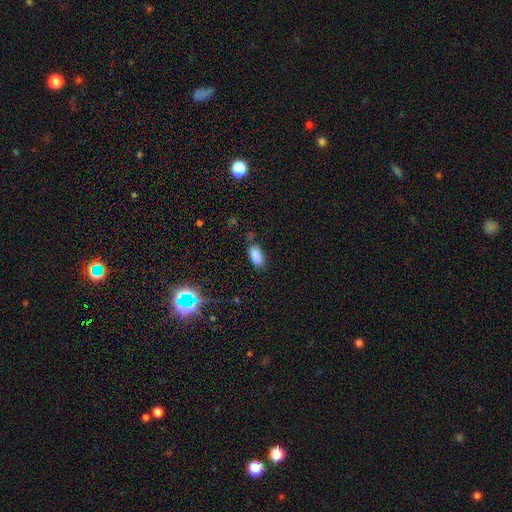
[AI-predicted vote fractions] A smooth galaxy with no disk features (84%) that is in between round and cigar-shaped (84%). Merging: none (74%).